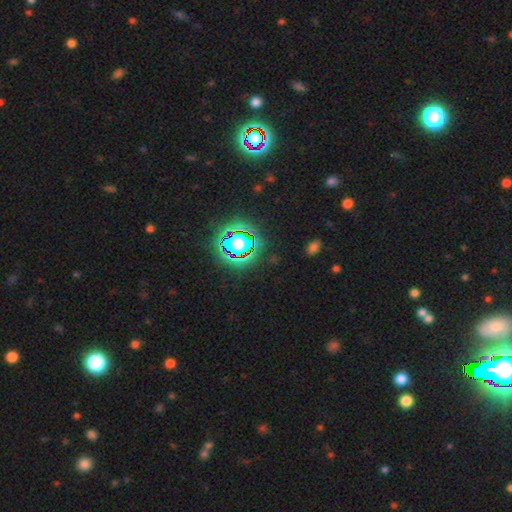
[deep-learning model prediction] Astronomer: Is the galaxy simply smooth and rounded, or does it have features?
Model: star or artifact — 81%.